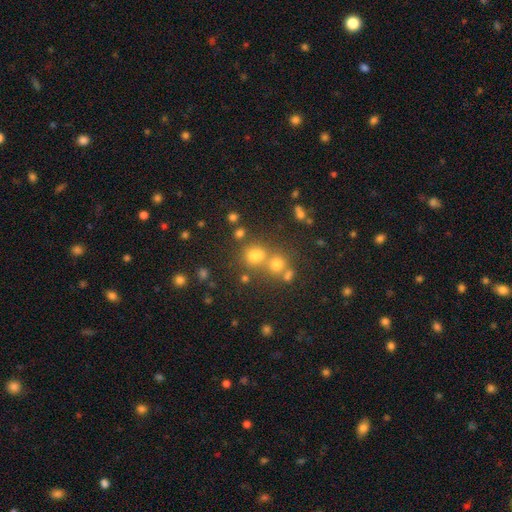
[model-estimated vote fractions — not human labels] This is likely a smooth galaxy (61%). How rounded: likely round (80%). Merging: possibly none (50%).